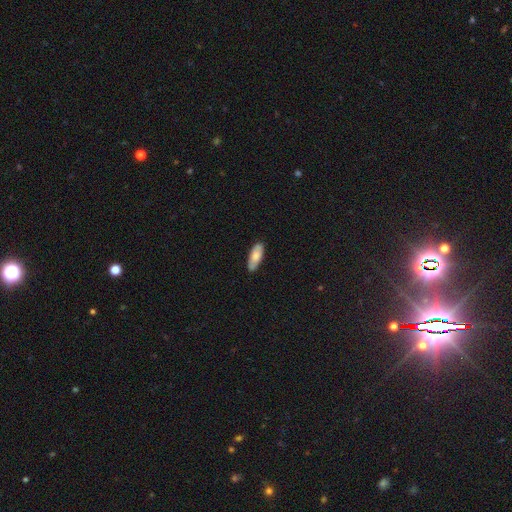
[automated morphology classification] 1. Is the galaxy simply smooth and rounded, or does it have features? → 75% smooth, 19% featured or disk, 6% star or artifact.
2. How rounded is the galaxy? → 72% in between, 27% cigar-shaped, 2% round.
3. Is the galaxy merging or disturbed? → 84% none, 13% minor disturbance, 2% major disturbance, 1% merger.